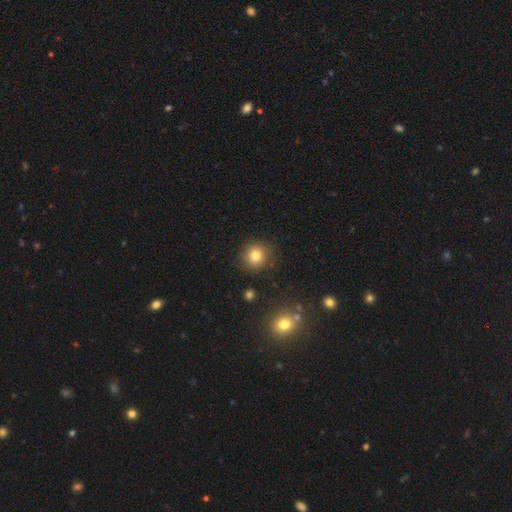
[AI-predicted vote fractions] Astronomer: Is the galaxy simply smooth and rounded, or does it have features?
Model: smooth — 80%.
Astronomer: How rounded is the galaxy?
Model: round — 90%.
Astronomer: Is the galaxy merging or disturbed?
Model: none — 88%.